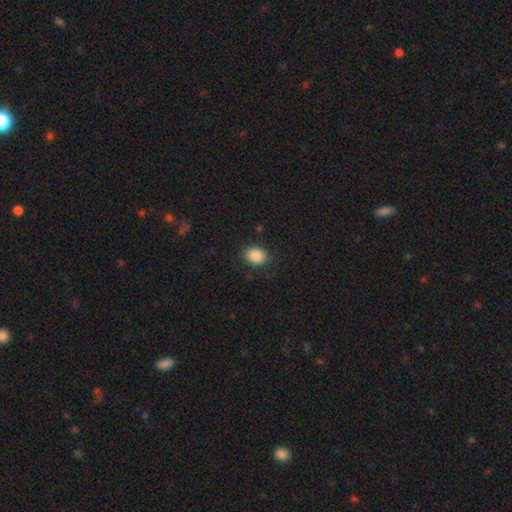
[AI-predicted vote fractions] smooth 88%, star or artifact 8%, featured or disk 4%. Down the decision tree: how rounded — in between (60%); merging — none (85%).